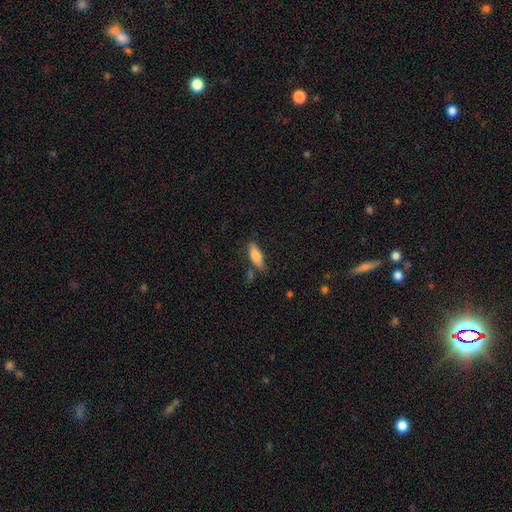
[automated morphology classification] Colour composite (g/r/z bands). It shows a smooth galaxy with no disk features (79%) that is in between round and cigar-shaped (57%). Merging: none (70%).